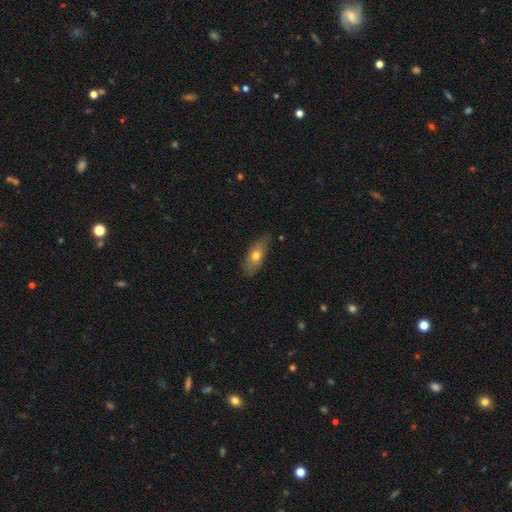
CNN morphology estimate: smooth 64%, featured or disk 29%, star or artifact 7%. Down the decision tree: how rounded — in between (70%); merging — none (73%).